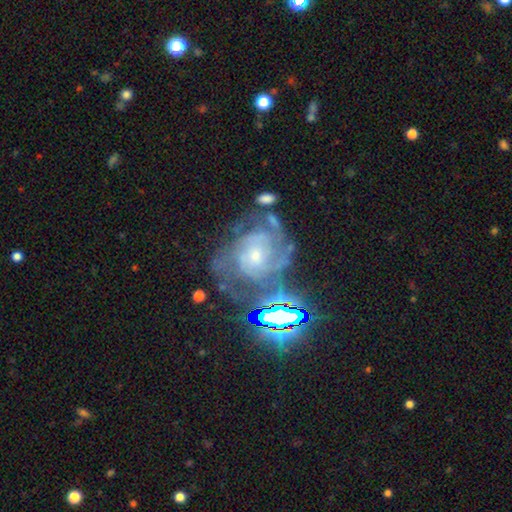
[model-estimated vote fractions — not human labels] A featured or disk galaxy (78%) with no bar (71%), tight (60%) spiral arms (94%) and a small central bulge (66%).

Vote fractions:
- Smooth or featured? featured or disk: 78% / star or artifact: 14% / smooth: 8%
- Edge-on disk? no: 97% / yes: 3%
- Bar? no: 71% / weak: 22% / strong: 7%
- Spiral arms? yes: 94% / no: 6%
- Spiral winding? tight: 60% / medium: 33% / loose: 7%
- Spiral arm count? can't tell: 31% / 3: 24% / 2: 18% / 4: 14% / more than 4: 7% / 1: 6%
- Bulge size? small: 66% / moderate: 28% / none: 3% / large: 2% / dominant: 1%
- Merging? none: 54% / minor disturbance: 21% / major disturbance: 16% / merger: 8%